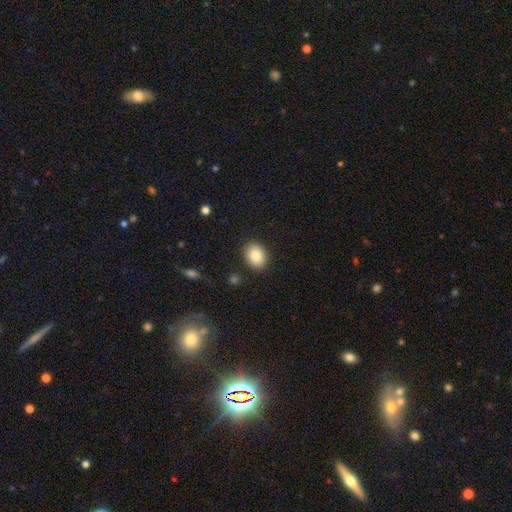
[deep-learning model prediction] smooth 85%, star or artifact 8%, featured or disk 7%. Down the decision tree: how rounded — in between (63%); merging — none (88%).